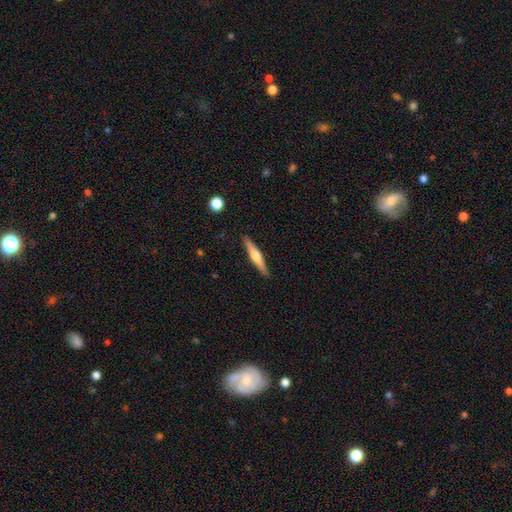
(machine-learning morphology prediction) Smooth or featured?
  - featured or disk: 63% *
  - smooth: 32%
  - star or artifact: 5%
Edge-on disk?
  - yes: 98% *
  - no: 2%
Edge-on bulge?
  - rounded: 90% *
  - boxy: 6%
  - none: 4%
Merging?
  - none: 91% *
  - minor disturbance: 7%
  - major disturbance: 1%
  - merger: 1%